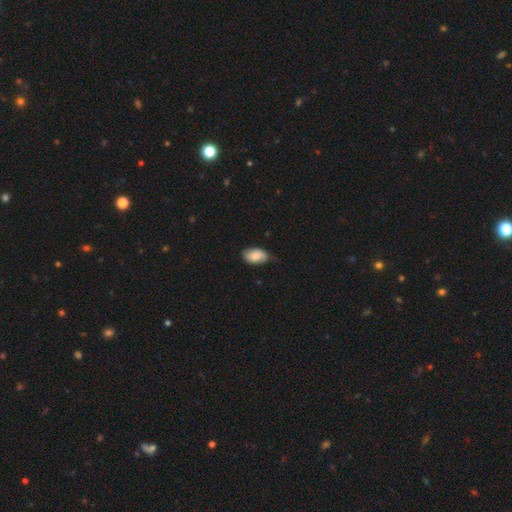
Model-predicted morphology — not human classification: Smooth or featured? smooth (76%)
How rounded? in between (92%)
Merging? none (66%)